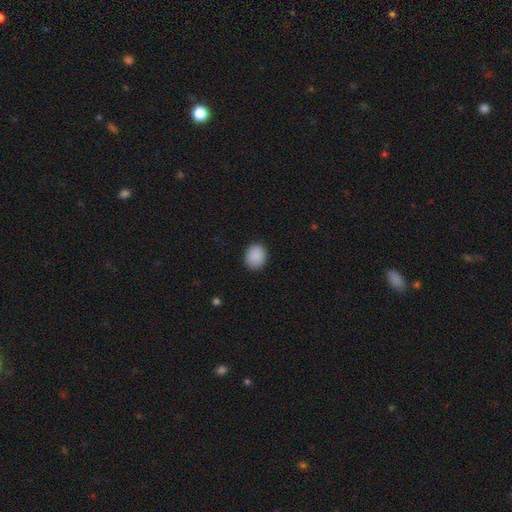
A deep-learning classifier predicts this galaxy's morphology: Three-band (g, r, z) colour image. It shows a smooth galaxy with no disk features (89%) that is round (57%). Merging: none (88%).